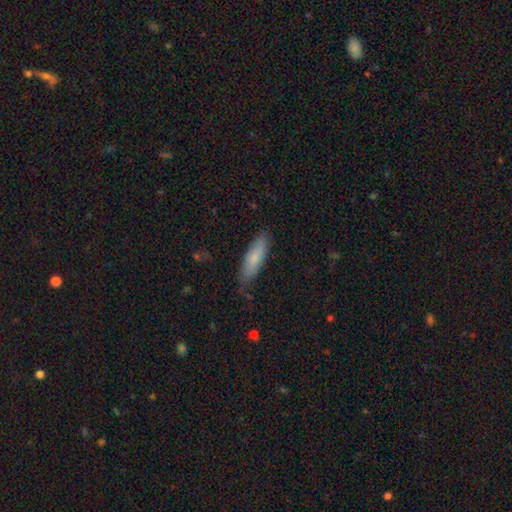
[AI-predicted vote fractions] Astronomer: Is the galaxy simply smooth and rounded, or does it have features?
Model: smooth — 79%.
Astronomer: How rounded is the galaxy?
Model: cigar-shaped — 55% (runner-up: in between, 44%).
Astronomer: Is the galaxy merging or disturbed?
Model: none — 76%.